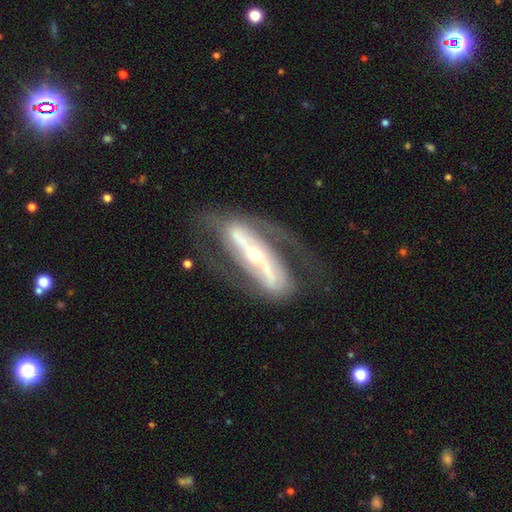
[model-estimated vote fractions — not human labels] smooth-or-featured: featured or disk: 86% | smooth: 9% | star or artifact: 5%
  disk-edge-on: no: 81% | yes: 19%
    bar: strong: 74% | weak: 13% | no: 13%
    has-spiral-arms: yes: 82% | no: 18%
      spiral-winding: medium: 40% | loose: 34% | tight: 26%
      spiral-arm-count: 2: 85% | can't tell: 8% | 1: 4% | 3: 1% | 4: 1% | more than 4: 1%
    bulge-size: small: 52% | moderate: 41% | large: 4% | dominant: 1% | none: 1%
  merging: none: 63% | major disturbance: 18% | minor disturbance: 17% | merger: 2%